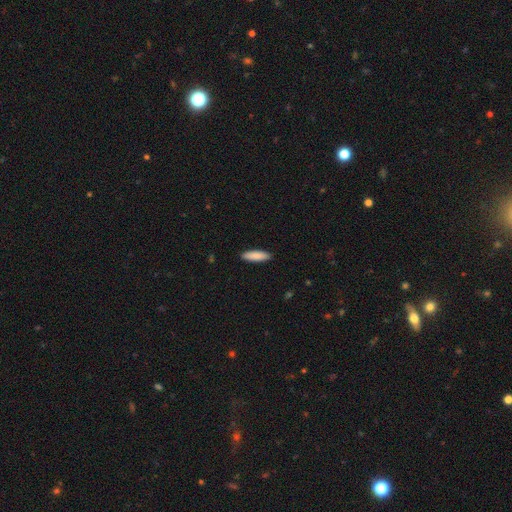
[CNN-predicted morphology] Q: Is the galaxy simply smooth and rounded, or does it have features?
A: smooth — 88%.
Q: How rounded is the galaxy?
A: cigar-shaped — 64%.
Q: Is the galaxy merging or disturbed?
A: none — 91%.